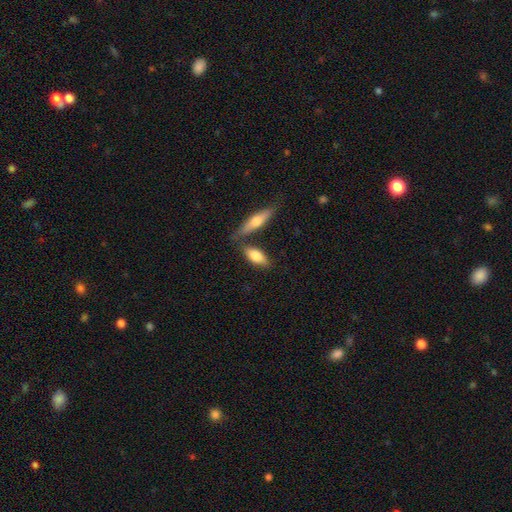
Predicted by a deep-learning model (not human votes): A smooth galaxy with no disk features (76%) that is in between round and cigar-shaped (77%).

Vote fractions:
- Smooth or featured? smooth: 76% / featured or disk: 18% / star or artifact: 6%
- How rounded? in between: 77% / cigar-shaped: 21% / round: 3%
- Merging? none: 63% / merger: 20% / minor disturbance: 13% / major disturbance: 4%